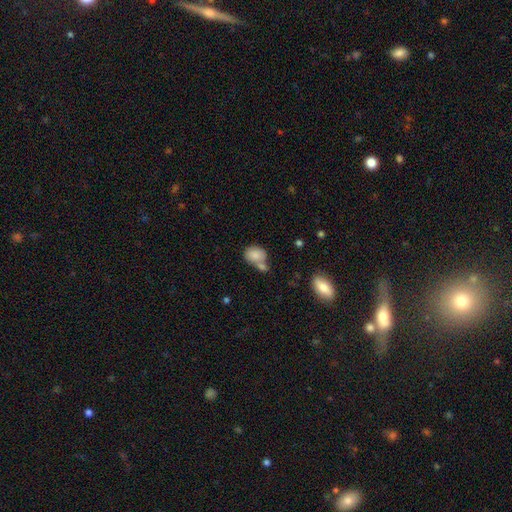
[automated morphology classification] smooth_or_featured: smooth (p=0.82) [alt: featured or disk p=0.10]
how_rounded: in between (p=0.57) [alt: round p=0.41]
merging: merger (p=0.41) [alt: none p=0.40]